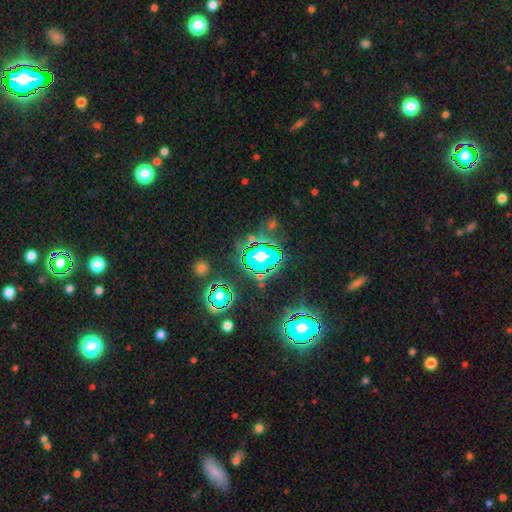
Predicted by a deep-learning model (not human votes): star or artifact 64%, smooth 21%, featured or disk 15%.